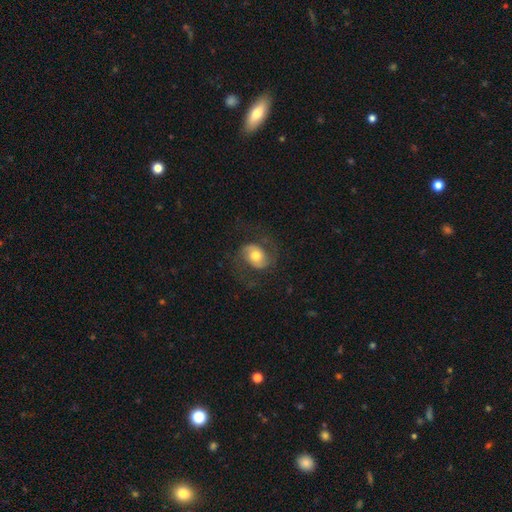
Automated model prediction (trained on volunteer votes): A featured or disk galaxy (55%) with no bar (59%), spiral arms (82%) and a moderate central bulge (66%). Merging: none (65%).